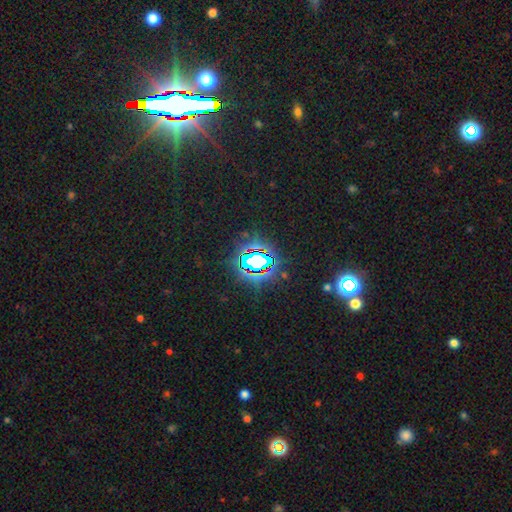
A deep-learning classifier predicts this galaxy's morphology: A star or artifact, not a galaxy (85%).

Vote fractions:
- Smooth or featured? star or artifact: 85% / smooth: 8% / featured or disk: 7%